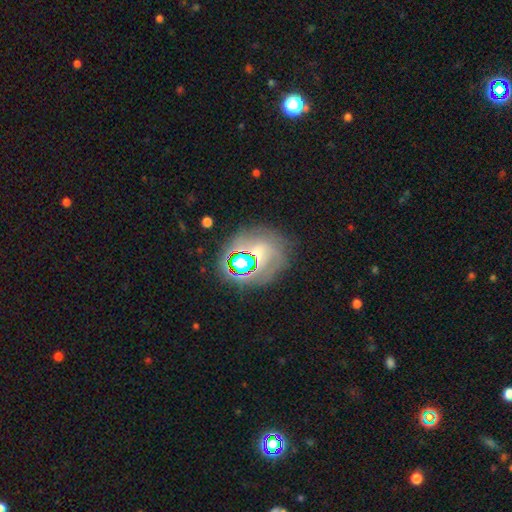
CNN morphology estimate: This appears to be a featured or disk galaxy (39%). Merging: none (66%).